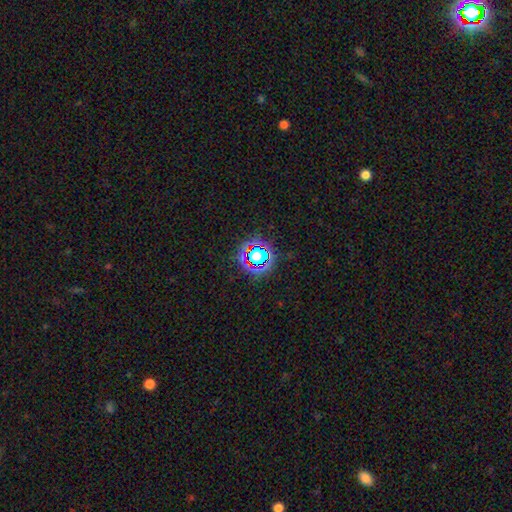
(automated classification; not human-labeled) Smooth or featured? star or artifact (58%)